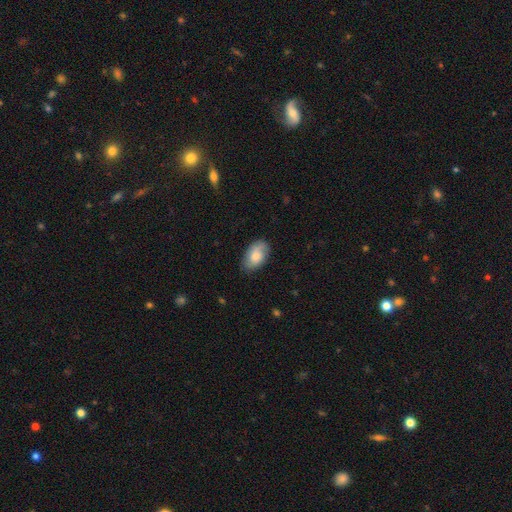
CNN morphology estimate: Overall: smooth (69%). How rounded: in between (92%). Merging: none (76%).